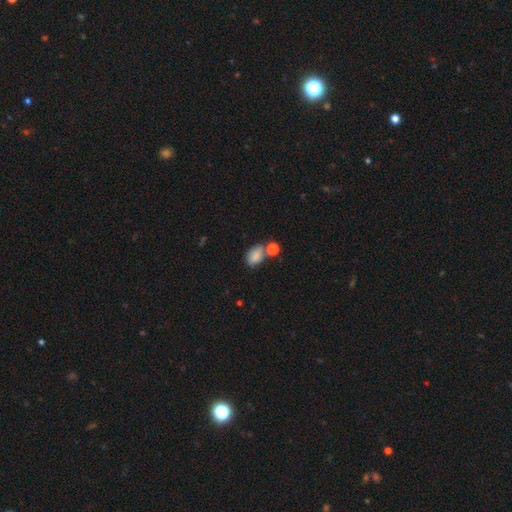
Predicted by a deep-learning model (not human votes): smooth_or_featured: smooth (p=0.79) [alt: star or artifact p=0.10]
how_rounded: in between (p=0.83) [alt: round p=0.15]
merging: none (p=0.45) [alt: merger p=0.27]